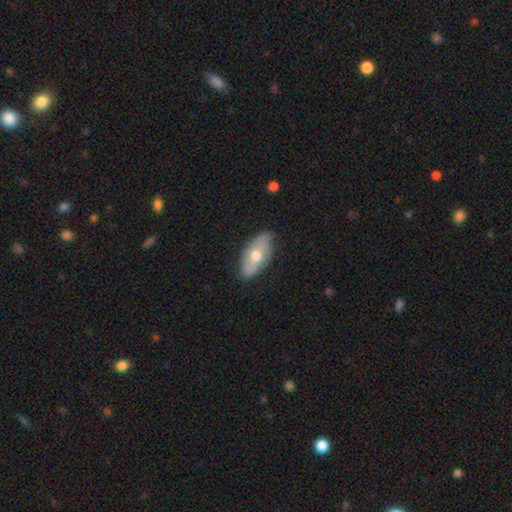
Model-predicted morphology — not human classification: The model was most divided on "smooth or featured": smooth: 57%, featured or disk: 37%, star or artifact: 6%. More confident: how rounded — in between (91%); merging — none (80%).